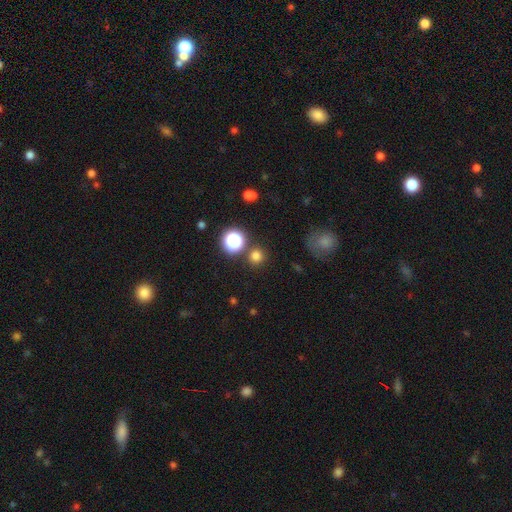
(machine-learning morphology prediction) Smooth or featured? smooth (75%)
How rounded? round (92%)
Merging? none (84%)